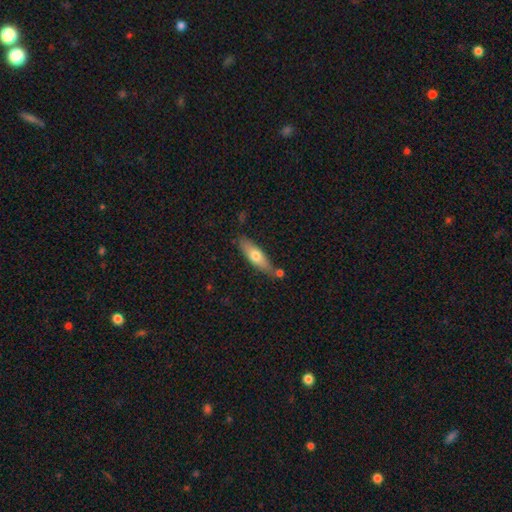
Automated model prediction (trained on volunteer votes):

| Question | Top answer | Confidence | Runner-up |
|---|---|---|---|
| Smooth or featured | smooth | 62% | featured or disk (32%) |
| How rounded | cigar-shaped | 57% | in between (41%) |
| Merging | none | 70% | minor disturbance (16%) |